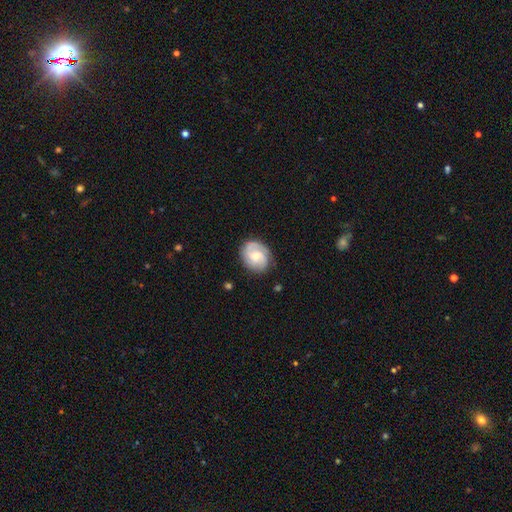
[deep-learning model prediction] A featured or disk galaxy (71%) with no bar (54%), 2 (56%) tight (47%) spiral arms (94%) and a moderate central bulge (51%). Merging: none (80%).